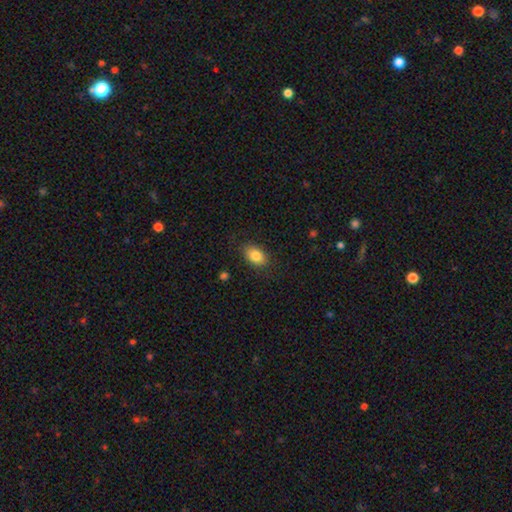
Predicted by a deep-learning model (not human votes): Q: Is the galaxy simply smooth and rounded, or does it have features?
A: smooth — 84%.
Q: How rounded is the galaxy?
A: in between — 86%.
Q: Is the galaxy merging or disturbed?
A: none — 85%.